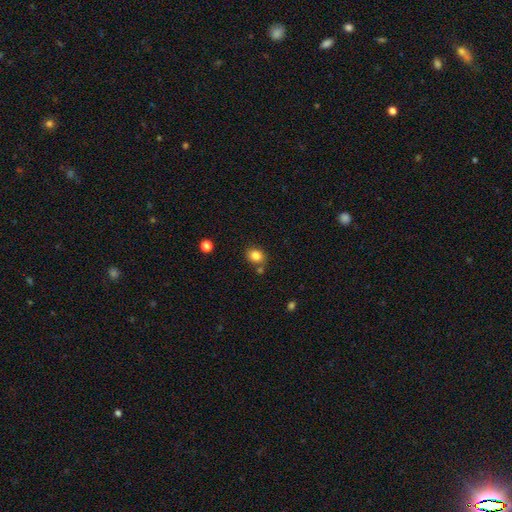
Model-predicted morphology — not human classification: Overall: smooth (83%). How rounded: round (59%; in between 40%). Merging: none (73%).